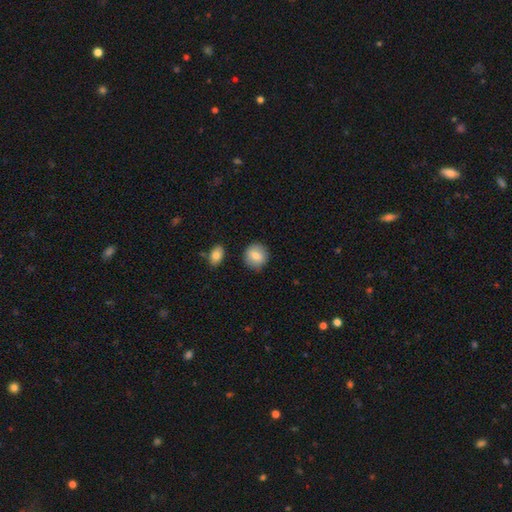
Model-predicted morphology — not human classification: This appears to be a smooth galaxy with no disk features (79%) that is round (85%). Merging: none (85%).